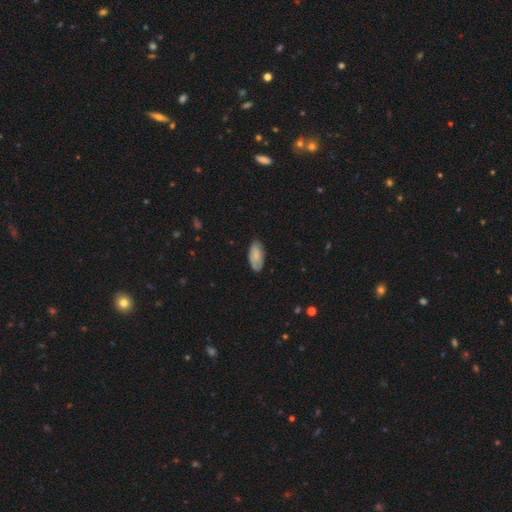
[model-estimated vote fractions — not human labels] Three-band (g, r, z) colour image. It shows a smooth galaxy with no disk features (70%) that is in between round and cigar-shaped (91%). Merging: none (76%).